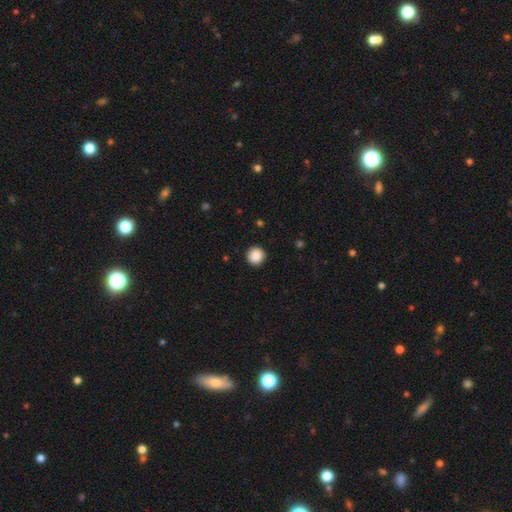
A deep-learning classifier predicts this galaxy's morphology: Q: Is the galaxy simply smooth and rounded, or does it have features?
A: smooth — 89%.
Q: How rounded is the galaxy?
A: round — 96%.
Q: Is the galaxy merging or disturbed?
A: none — 93%.